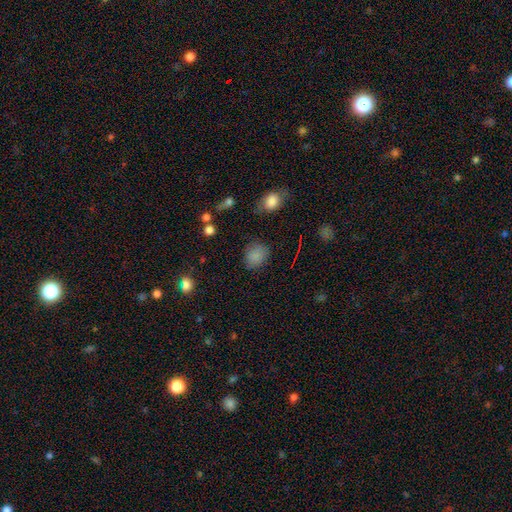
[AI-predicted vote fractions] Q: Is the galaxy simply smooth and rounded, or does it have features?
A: smooth — 82%.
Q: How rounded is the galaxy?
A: round — 69%.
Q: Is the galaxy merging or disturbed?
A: none — 80%.